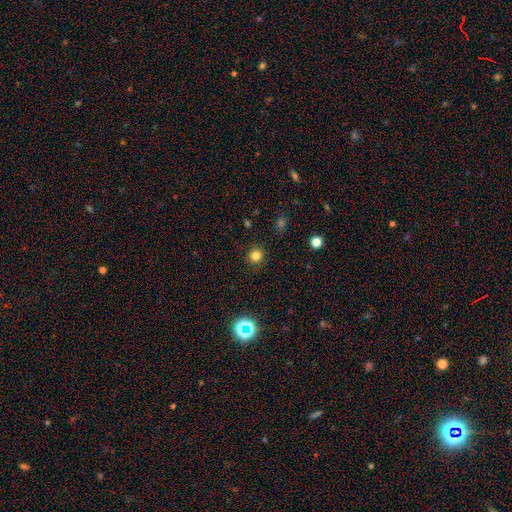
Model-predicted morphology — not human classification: smooth_or_featured: smooth (p=0.81) [alt: star or artifact p=0.15]
how_rounded: round (p=0.91) [alt: in between p=0.08]
merging: none (p=0.90) [alt: minor disturbance p=0.07]